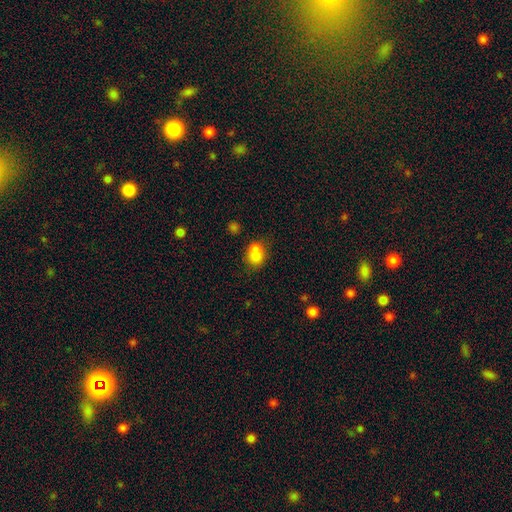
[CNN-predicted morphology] Q: Smooth or featured?
A: smooth (74%); runner-up: featured or disk (15%)
Q: How rounded?
A: round (63%); runner-up: in between (35%)
Q: Merging?
A: merger (58%); runner-up: none (31%)